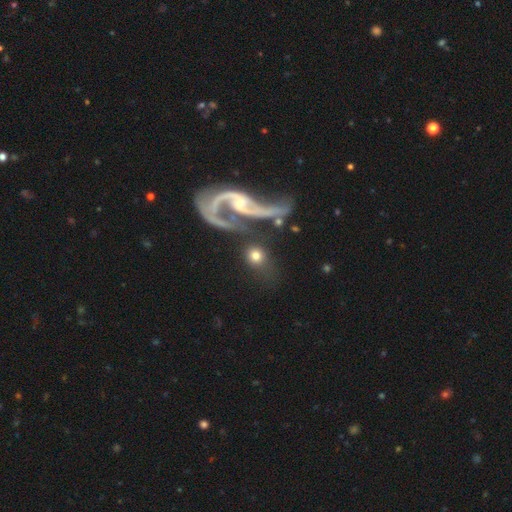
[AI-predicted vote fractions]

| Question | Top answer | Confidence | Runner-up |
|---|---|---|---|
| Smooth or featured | smooth | 67% | featured or disk (26%) |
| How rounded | round | 88% | in between (10%) |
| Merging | none | 70% | merger (11%) |